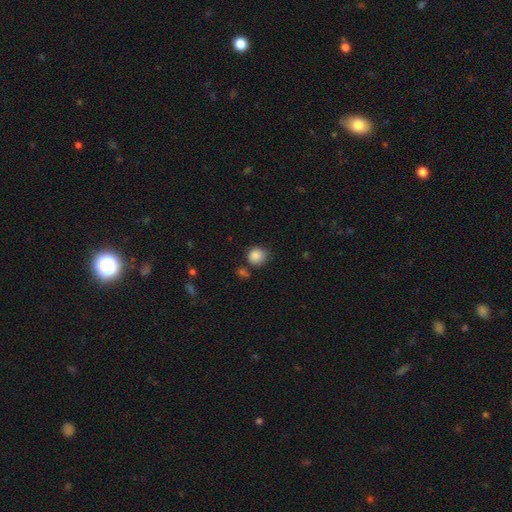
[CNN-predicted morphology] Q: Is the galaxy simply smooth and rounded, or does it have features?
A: smooth — 86%.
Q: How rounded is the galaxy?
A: round — 86%.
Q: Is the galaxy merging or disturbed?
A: none — 69%.